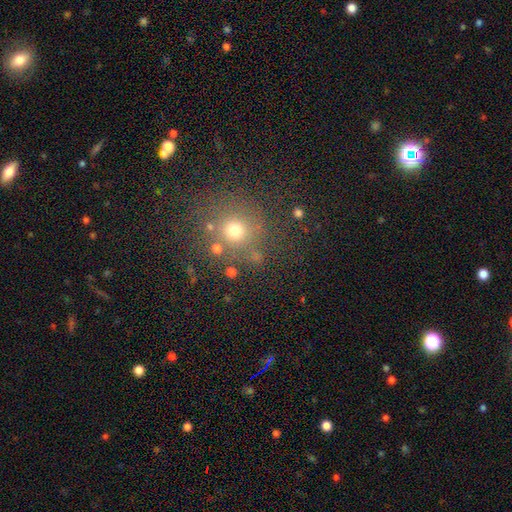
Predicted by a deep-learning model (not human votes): Overall: smooth (64%; star or artifact 26%). How rounded: round (90%). Merging: none (77%).